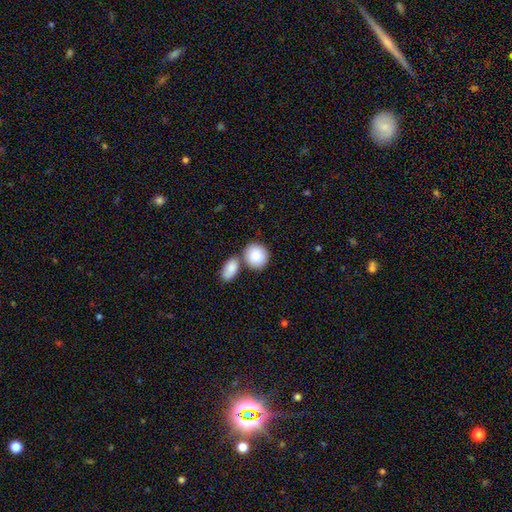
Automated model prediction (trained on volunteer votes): The model was most divided on "merging": none: 58%, merger: 29%, minor disturbance: 10%, major disturbance: 3%. More confident: smooth or featured — smooth (86%); how rounded — round (76%).